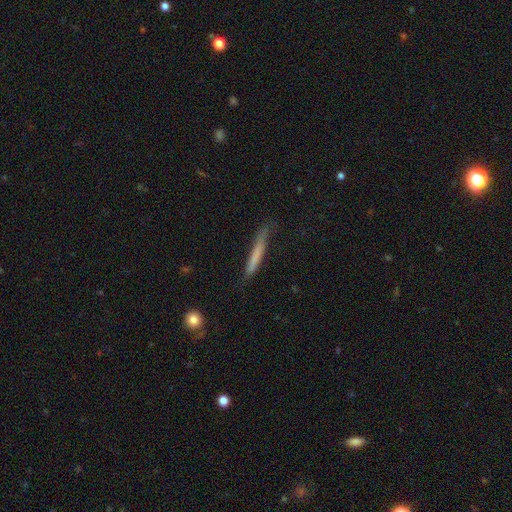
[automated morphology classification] A smooth galaxy with no disk features (67%) that is cigar-shaped (96%).

Vote fractions:
- Smooth or featured? smooth: 67% / featured or disk: 26% / star or artifact: 6%
- How rounded? cigar-shaped: 96% / in between: 3% / round: 1%
- Merging? none: 71% / minor disturbance: 21% / major disturbance: 5% / merger: 2%